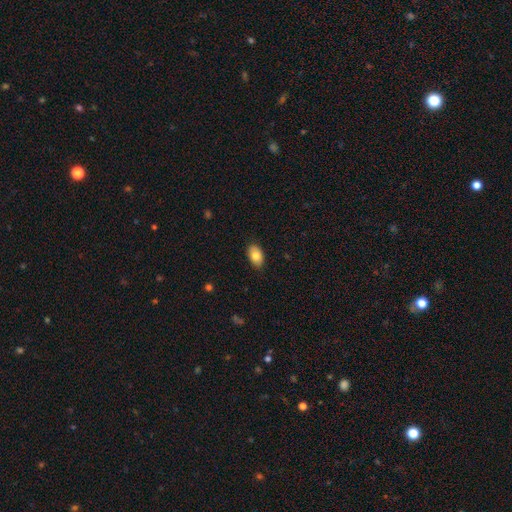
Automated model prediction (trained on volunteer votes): smooth 82%, featured or disk 11%, star or artifact 7%. Down the decision tree: how rounded — in between (91%); merging — none (86%).